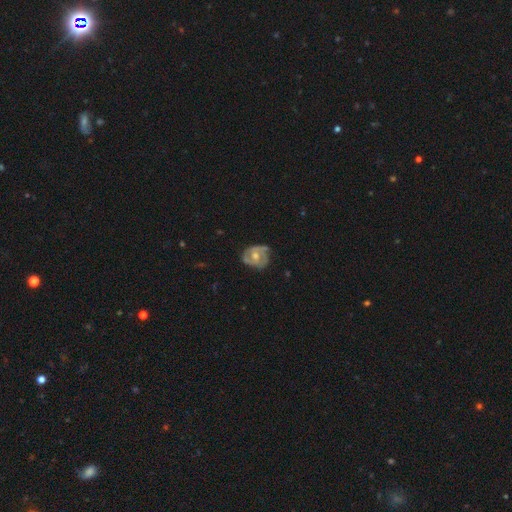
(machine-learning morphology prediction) smooth_or_featured: featured or disk (p=0.66) [alt: smooth p=0.28]
disk_edge_on: no (p=0.97) [alt: yes p=0.03]
bar: no (p=0.70) [alt: weak p=0.25]
has_spiral_arms: yes (p=0.69) [alt: no p=0.31]
bulge_size: moderate (p=0.72) [alt: small p=0.18]
merging: none (p=0.60) [alt: minor disturbance p=0.28]